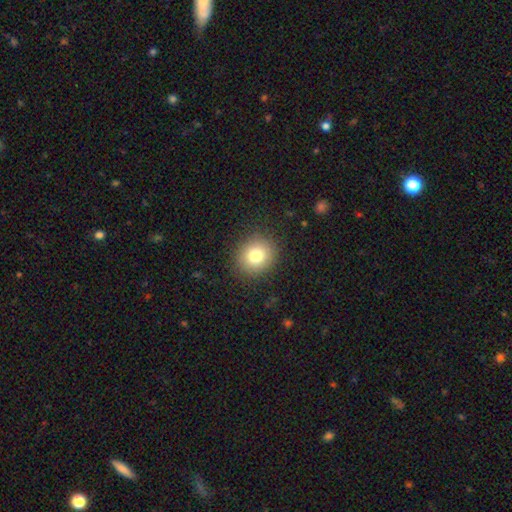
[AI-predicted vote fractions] A smooth galaxy with no disk features (79%) that is round (82%).

Vote fractions:
- Smooth or featured? smooth: 79% / star or artifact: 11% / featured or disk: 9%
- How rounded? round: 82% / in between: 17% / cigar-shaped: 1%
- Merging? none: 89% / minor disturbance: 7% / major disturbance: 3% / merger: 1%